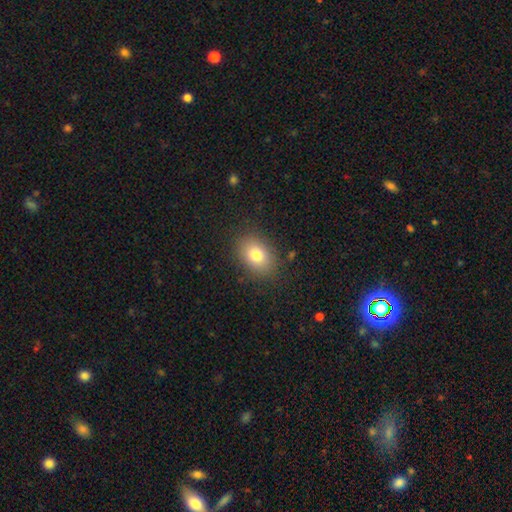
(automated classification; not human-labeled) A smooth galaxy with no disk features (79%) that is in between round and cigar-shaped (72%).

Vote fractions:
- Smooth or featured? smooth: 79% / star or artifact: 11% / featured or disk: 10%
- How rounded? in between: 72% / round: 27% / cigar-shaped: 1%
- Merging? none: 87% / minor disturbance: 9% / major disturbance: 3% / merger: 1%